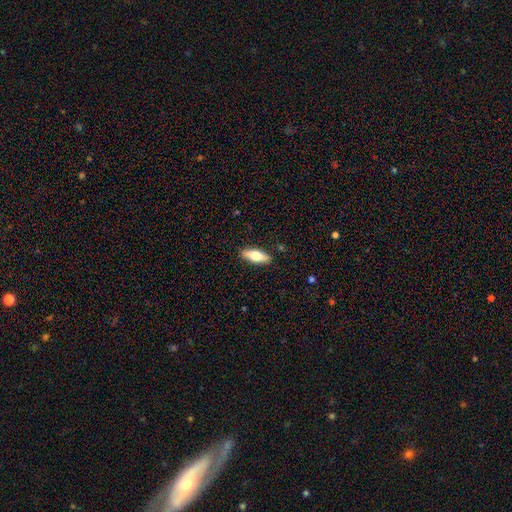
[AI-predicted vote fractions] smooth-or-featured: smooth: 67% | featured or disk: 27% | star or artifact: 6%
  how-rounded: in between: 64% | cigar-shaped: 34% | round: 2%
  merging: none: 88% | minor disturbance: 9% | major disturbance: 2% | merger: 1%